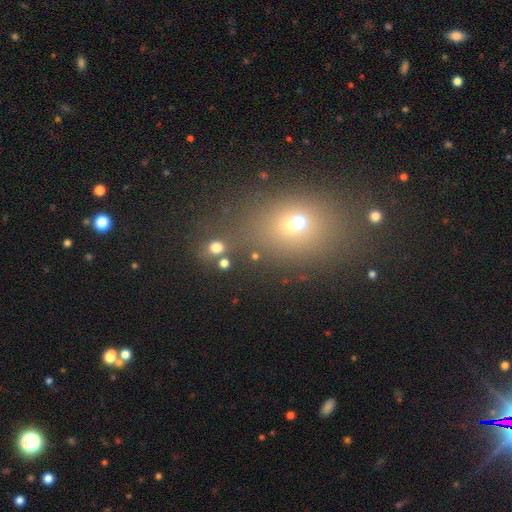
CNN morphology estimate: smooth_or_featured: smooth (p=0.51) [alt: star or artifact p=0.35]
how_rounded: in between (p=0.50) [alt: round p=0.46]
merging: none (p=0.58) [alt: merger p=0.24]